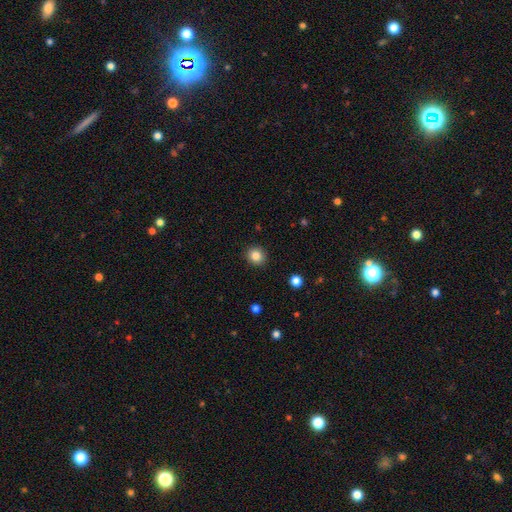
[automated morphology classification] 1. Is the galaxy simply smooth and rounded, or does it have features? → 85% smooth, 11% star or artifact, 5% featured or disk.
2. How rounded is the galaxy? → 83% round, 17% in between, 1% cigar-shaped.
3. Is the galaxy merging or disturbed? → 91% none, 6% minor disturbance, 2% major disturbance, 1% merger.